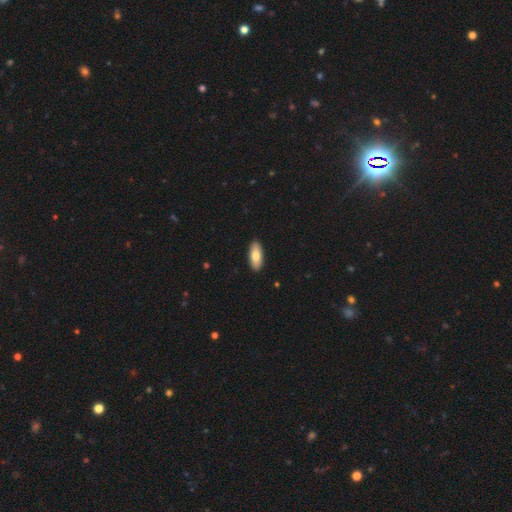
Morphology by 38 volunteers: A smooth galaxy with no disk features (76%) that is in between round and cigar-shaped (62%).

Vote fractions:
- Smooth or featured? smooth: 76% / featured or disk: 16% / star or artifact: 8%
- How rounded? in between: 62% / cigar-shaped: 38% / round: 0%
- Merging? none: 83% / minor disturbance: 9% / major disturbance: 6% / merger: 3%